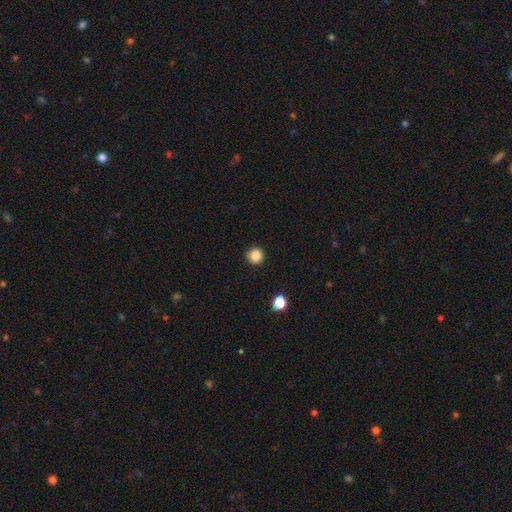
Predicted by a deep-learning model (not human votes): Q: Smooth or featured?
A: smooth (85%); runner-up: star or artifact (11%)
Q: How rounded?
A: round (94%); runner-up: in between (5%)
Q: Merging?
A: none (89%); runner-up: minor disturbance (8%)